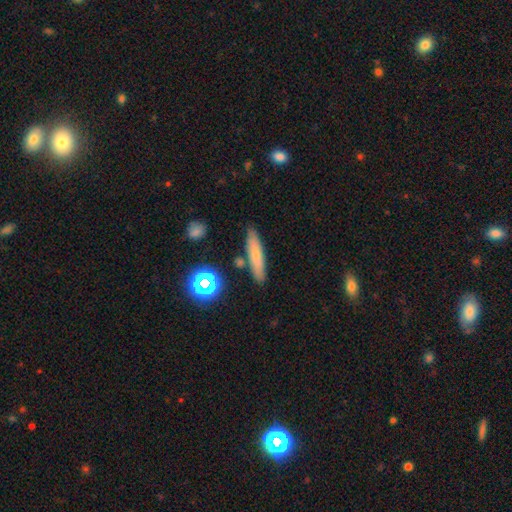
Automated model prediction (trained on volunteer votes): A smooth galaxy with no disk features (71%) that is cigar-shaped (84%).

Vote fractions:
- Smooth or featured? smooth: 71% / featured or disk: 19% / star or artifact: 10%
- How rounded? cigar-shaped: 84% / in between: 13% / round: 3%
- Merging? none: 84% / minor disturbance: 10% / merger: 4% / major disturbance: 2%